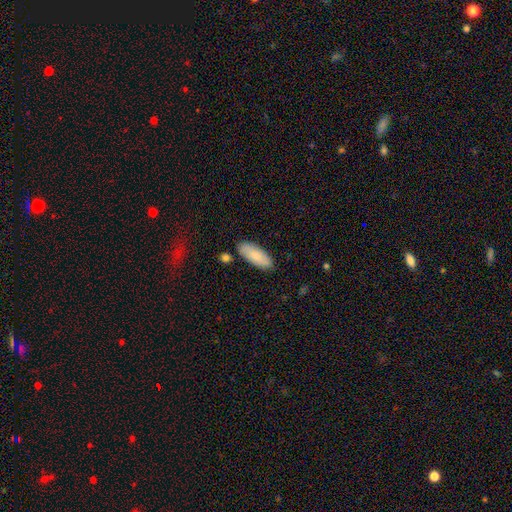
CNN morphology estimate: Smooth or featured: smooth — 82% (featured or disk — 12%)
How rounded: in between — 81% (cigar-shaped — 17%)
Merging: none — 81% (minor disturbance — 13%)